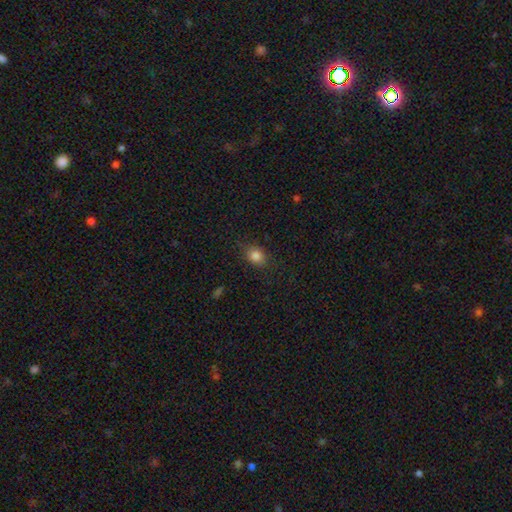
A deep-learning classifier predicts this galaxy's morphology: Overall: smooth (82%). How rounded: in between (54%; round 44%). Merging: none (77%).